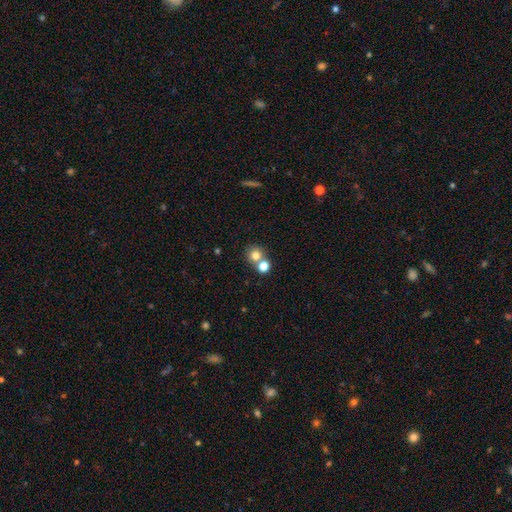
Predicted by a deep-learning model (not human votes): Smooth or featured? smooth (76%)
How rounded? round (87%)
Merging? none (54%)